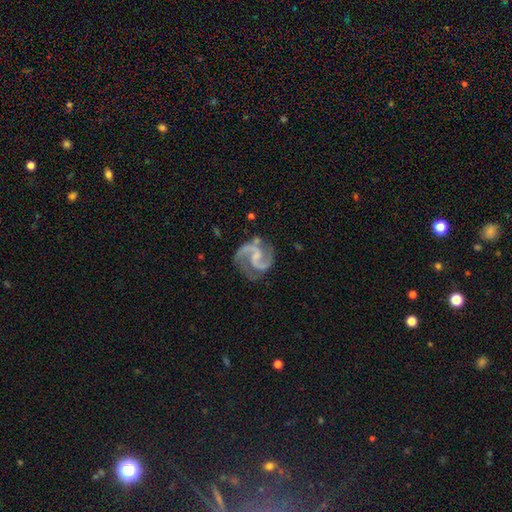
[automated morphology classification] This appears to be a featured or disk galaxy (93%) with a weak bar (47%), 2 (94%) medium (65%) spiral arms (98%) and a small central bulge (45%). Merging: none (73%).